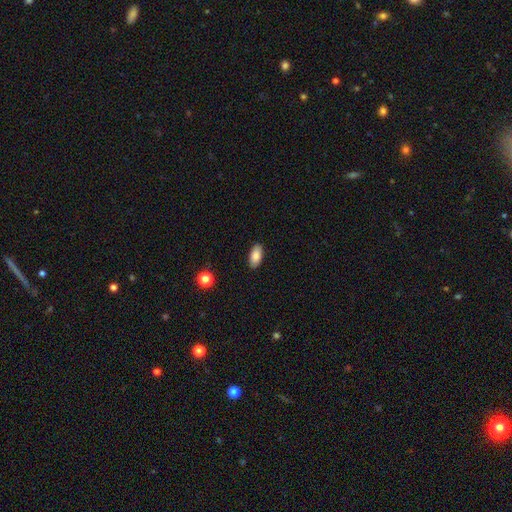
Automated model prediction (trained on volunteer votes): Smooth or featured? smooth (86%)
How rounded? in between (92%)
Merging? none (89%)